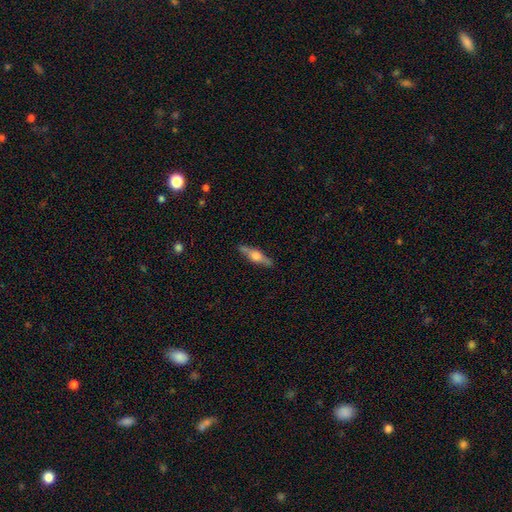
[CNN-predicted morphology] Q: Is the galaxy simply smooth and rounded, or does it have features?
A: featured or disk — 66%.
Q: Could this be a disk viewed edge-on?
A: yes — 96%.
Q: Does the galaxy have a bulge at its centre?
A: rounded — 91%.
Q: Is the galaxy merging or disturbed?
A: none — 89%.